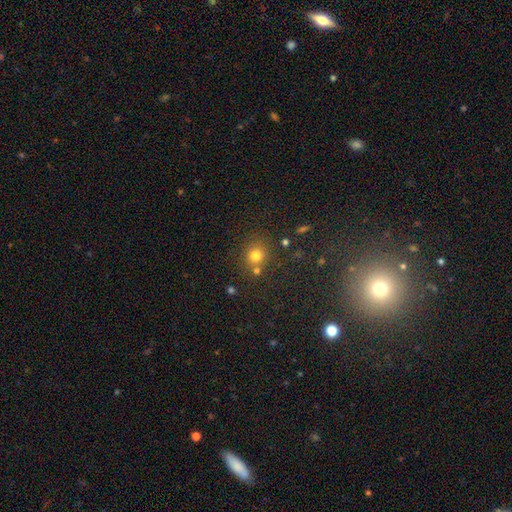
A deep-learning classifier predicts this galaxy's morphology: smooth 75%, star or artifact 17%, featured or disk 8%. Down the decision tree: how rounded — round (86%); merging — none (70%).